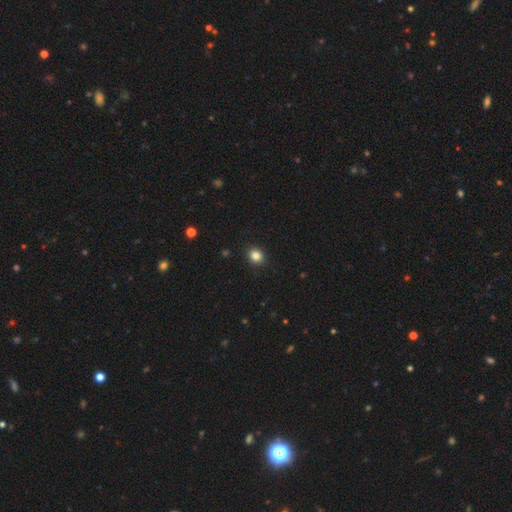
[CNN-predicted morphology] This is clearly a smooth galaxy (83%). How rounded: likely round (77%). Merging: clearly none (91%).